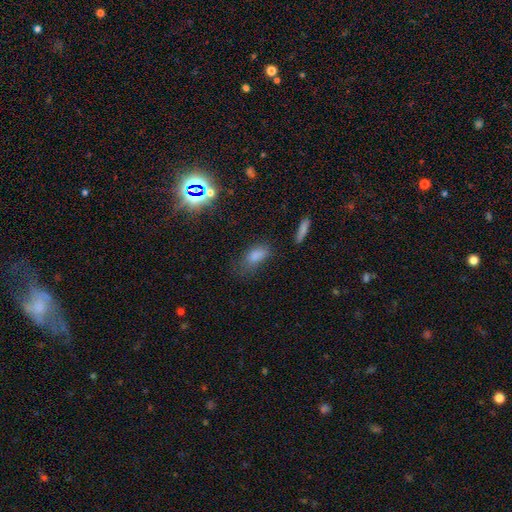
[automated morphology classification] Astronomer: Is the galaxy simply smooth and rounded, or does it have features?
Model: smooth — 71%.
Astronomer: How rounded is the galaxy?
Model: in between — 83%.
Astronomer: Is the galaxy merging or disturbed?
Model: none — 60%.